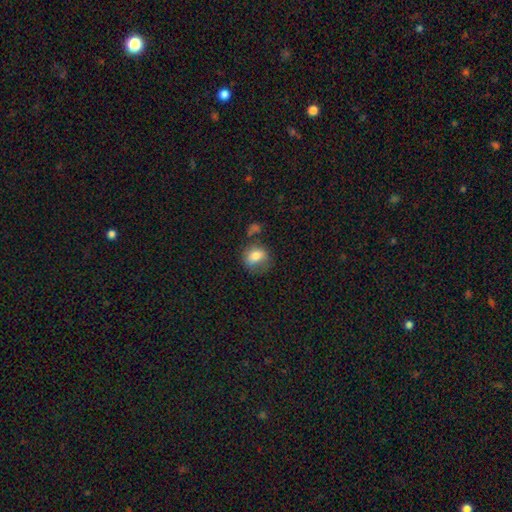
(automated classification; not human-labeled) Smooth or featured: smooth — 76% (featured or disk — 15%)
How rounded: round — 57% (in between — 41%)
Merging: none — 56% (minor disturbance — 23%)